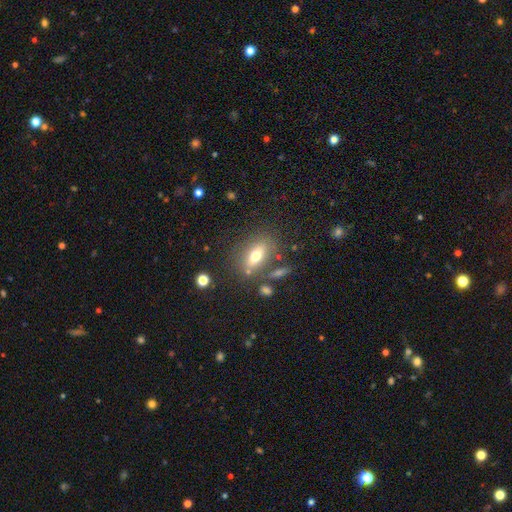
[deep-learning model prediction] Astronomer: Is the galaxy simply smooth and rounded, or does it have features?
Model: smooth — 64%.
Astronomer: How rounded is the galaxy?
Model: in between — 76%.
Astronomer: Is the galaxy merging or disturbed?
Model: none — 72%.